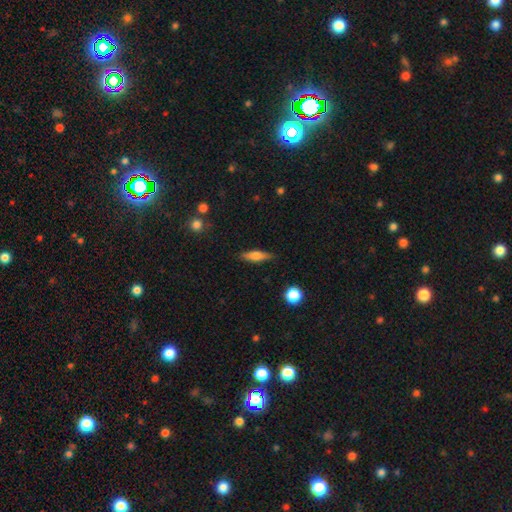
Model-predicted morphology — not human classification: type=smooth (63%); roundness=cigar-shaped (59%); merging=none (85%).